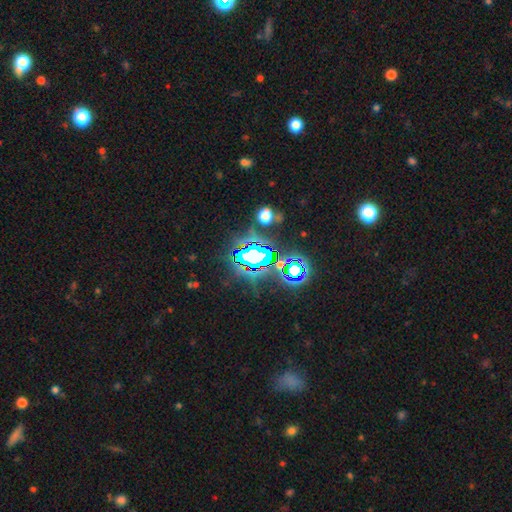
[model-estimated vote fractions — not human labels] smooth-or-featured: star or artifact: 72% | featured or disk: 14% | smooth: 14%